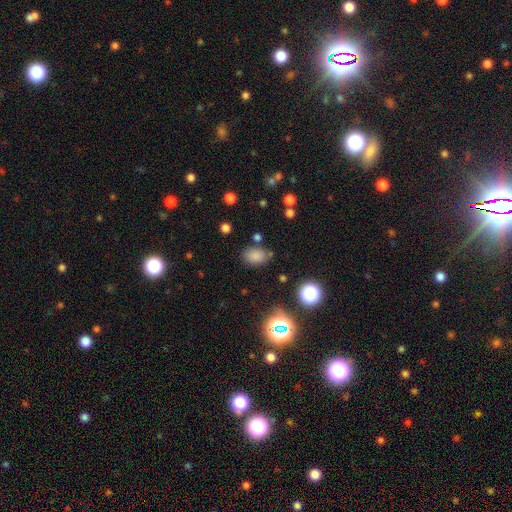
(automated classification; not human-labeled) Morphology: type=smooth (77%); roundness=in between (79%); merging=none (76%).